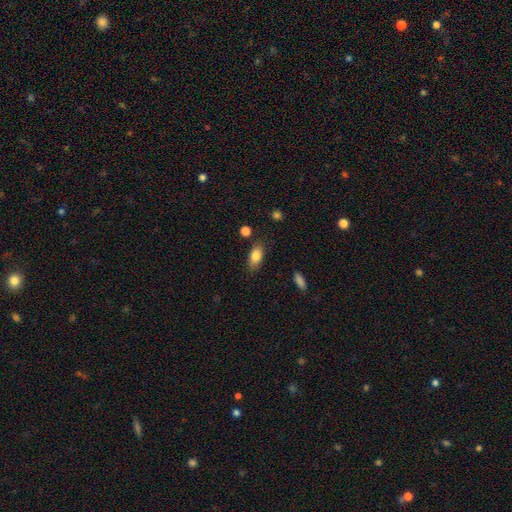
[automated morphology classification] A smooth galaxy with no disk features (82%) that is in between round and cigar-shaped (88%). Merging: none (81%).